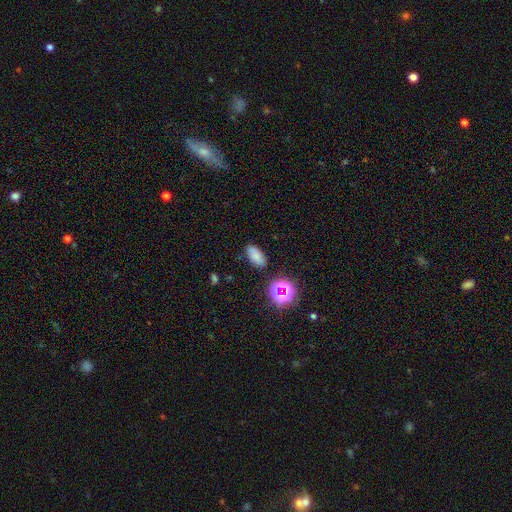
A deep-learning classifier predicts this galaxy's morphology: A smooth galaxy with no disk features (70%) that is in between round and cigar-shaped (87%).

Vote fractions:
- Smooth or featured? smooth: 70% / star or artifact: 18% / featured or disk: 13%
- How rounded? in between: 87% / round: 8% / cigar-shaped: 5%
- Merging? none: 81% / minor disturbance: 13% / major disturbance: 3% / merger: 3%